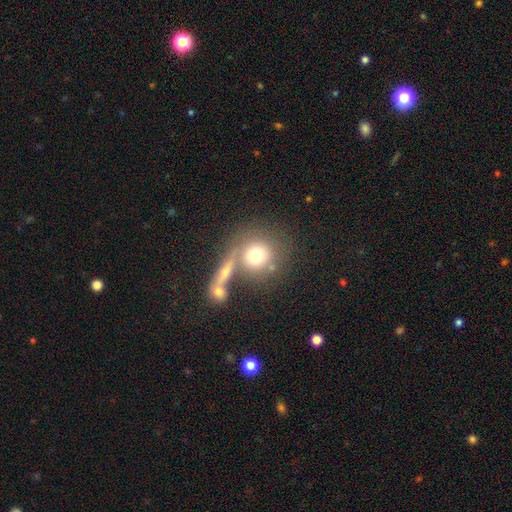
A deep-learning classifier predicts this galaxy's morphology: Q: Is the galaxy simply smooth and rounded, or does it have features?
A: smooth — 70%.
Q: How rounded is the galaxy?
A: round — 86%.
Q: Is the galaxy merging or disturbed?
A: none — 52%.